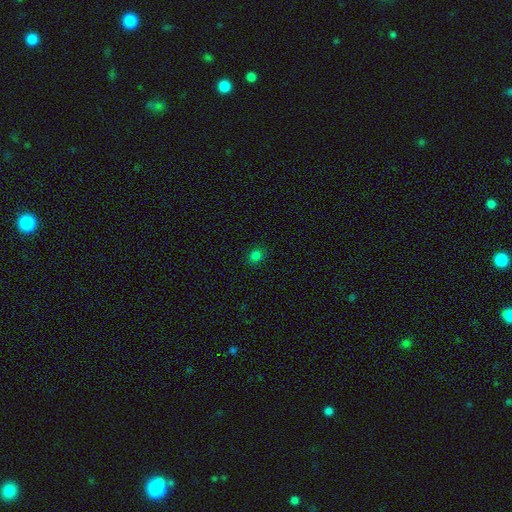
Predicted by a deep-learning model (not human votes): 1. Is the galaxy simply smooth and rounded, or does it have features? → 79% smooth, 17% star or artifact, 4% featured or disk.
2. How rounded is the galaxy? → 67% round, 32% in between, 1% cigar-shaped.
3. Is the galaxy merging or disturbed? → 88% none, 8% minor disturbance, 2% major disturbance, 1% merger.